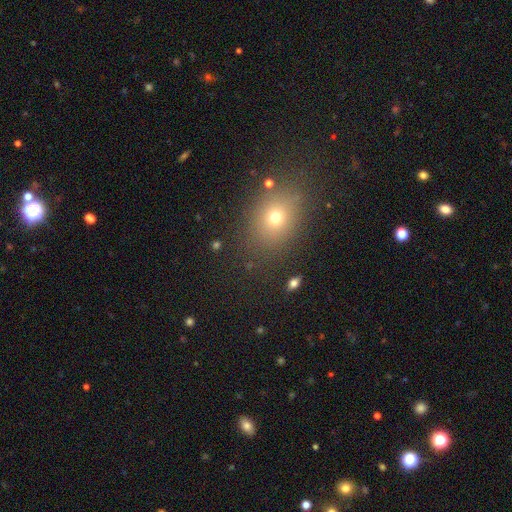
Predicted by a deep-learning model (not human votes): Smooth or featured? Predicted: smooth (p=0.63). How rounded? Predicted: in between (p=0.54). Merging? Predicted: none (p=0.86).